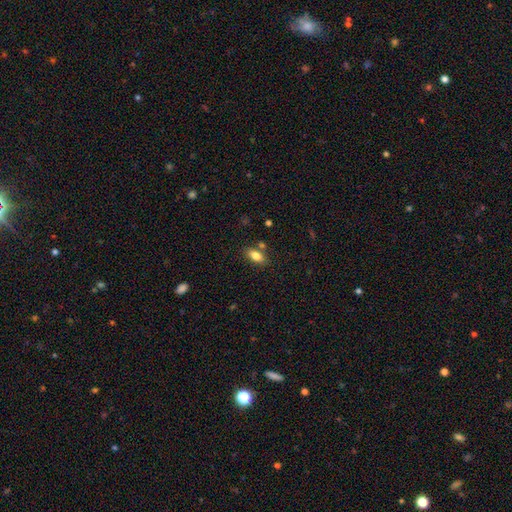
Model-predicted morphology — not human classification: This appears to be a smooth galaxy with no disk features (82%) that is in between round and cigar-shaped (88%). Merging: none (75%).